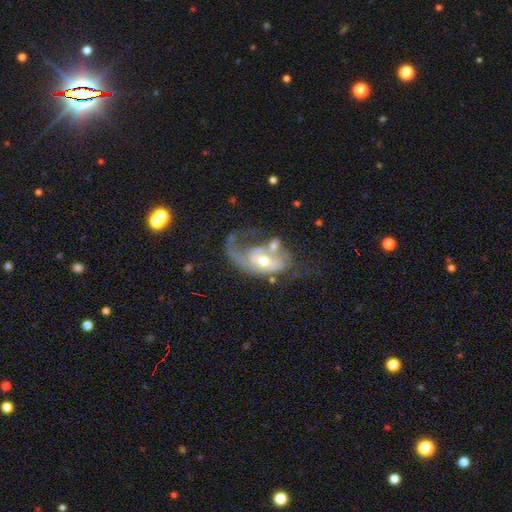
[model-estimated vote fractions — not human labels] Morphology: type=featured or disk (74%); edge-on=no (95%); bar=no (66%); spiral arms=yes (78%); winding=loose (48%); arm count=1 (52%); bulge=moderate (67%); merging=major disturbance (46%).